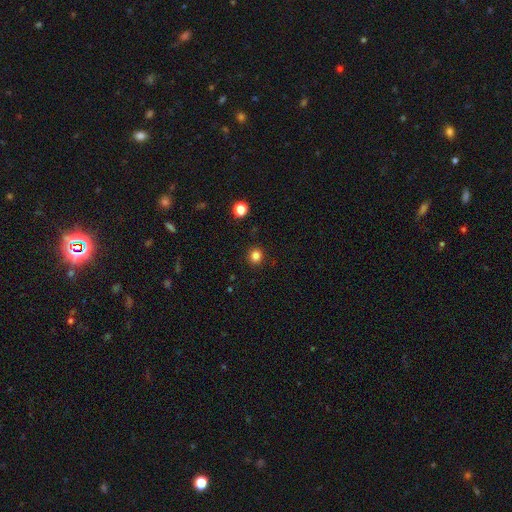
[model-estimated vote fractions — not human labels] Smooth or featured? smooth (84%)
How rounded? round (85%)
Merging? none (91%)